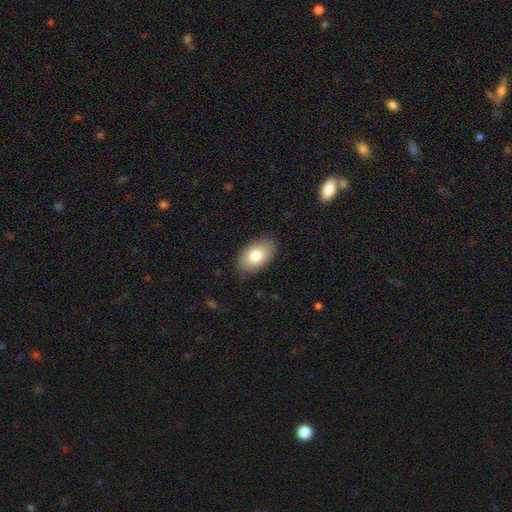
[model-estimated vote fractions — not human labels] Smooth or featured? smooth (79%)
How rounded? in between (93%)
Merging? none (86%)